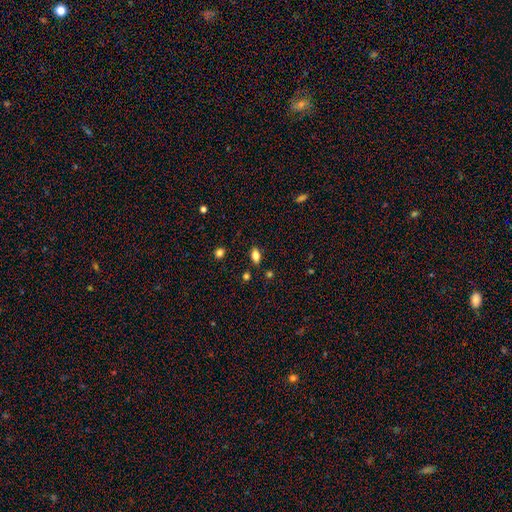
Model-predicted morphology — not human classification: Overall: smooth (80%). How rounded: in between (87%). Merging: none (84%).